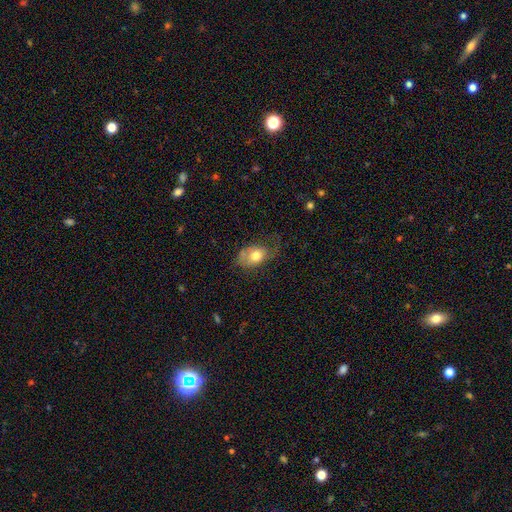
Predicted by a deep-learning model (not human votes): This appears to be a smooth galaxy with no disk features (66%) that is in between round and cigar-shaped (79%). Merging: none (37%).